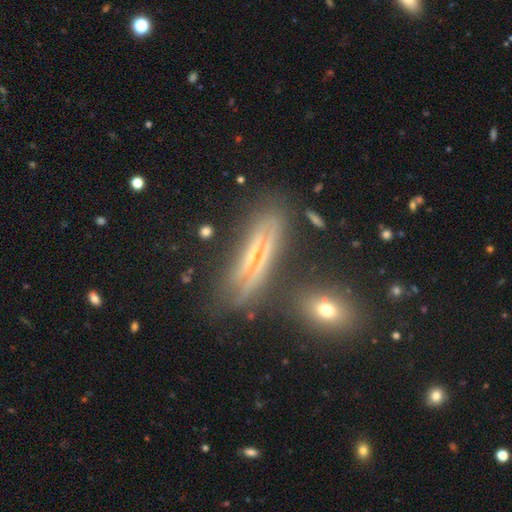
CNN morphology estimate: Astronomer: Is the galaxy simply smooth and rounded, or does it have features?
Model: featured or disk — 73%.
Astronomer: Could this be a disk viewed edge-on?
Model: yes — 77%.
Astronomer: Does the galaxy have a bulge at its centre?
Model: rounded — 57% (runner-up: none, 35%).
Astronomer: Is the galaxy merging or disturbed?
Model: none — 70%.